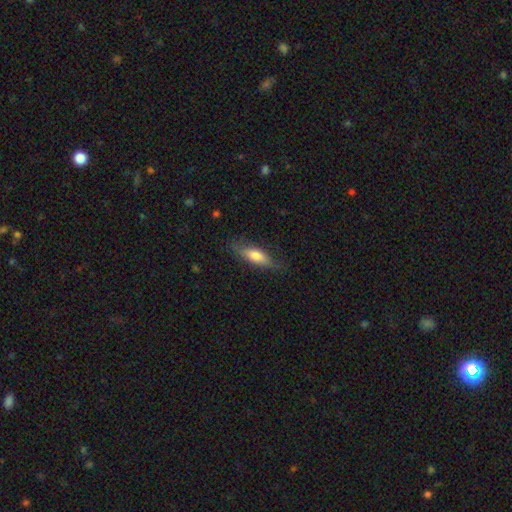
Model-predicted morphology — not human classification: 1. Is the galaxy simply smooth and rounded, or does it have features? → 67% smooth, 27% featured or disk, 6% star or artifact.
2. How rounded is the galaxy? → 51% in between, 47% cigar-shaped, 2% round.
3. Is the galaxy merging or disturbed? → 72% none, 21% minor disturbance, 6% major disturbance, 1% merger.